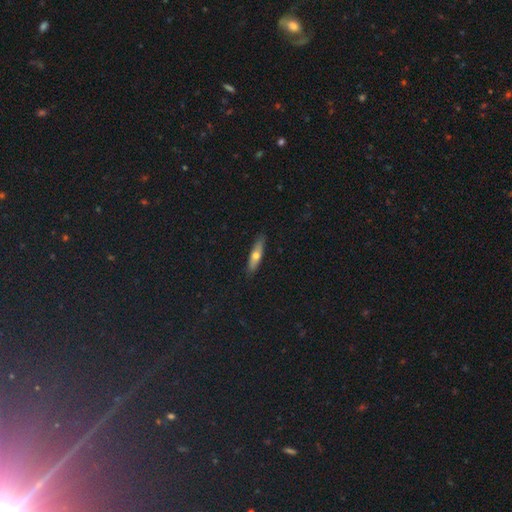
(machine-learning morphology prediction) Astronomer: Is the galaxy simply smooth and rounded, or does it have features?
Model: smooth — 58% (runner-up: featured or disk, 36%).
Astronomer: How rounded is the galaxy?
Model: cigar-shaped — 69%.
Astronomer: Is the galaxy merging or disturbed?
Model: none — 88%.